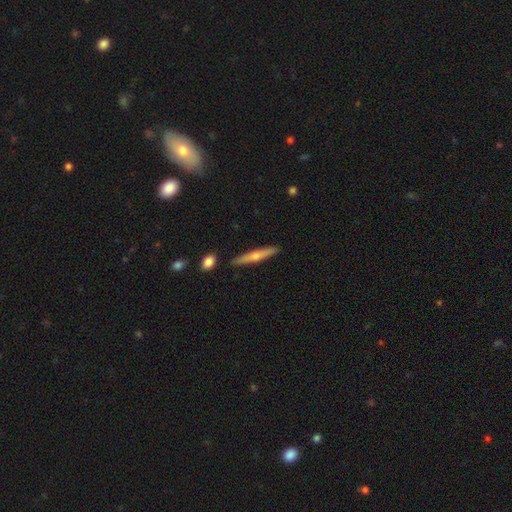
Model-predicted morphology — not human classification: Smooth or featured: smooth — 51% (featured or disk — 43%)
How rounded: cigar-shaped — 92% (in between — 6%)
Merging: none — 88% (minor disturbance — 8%)